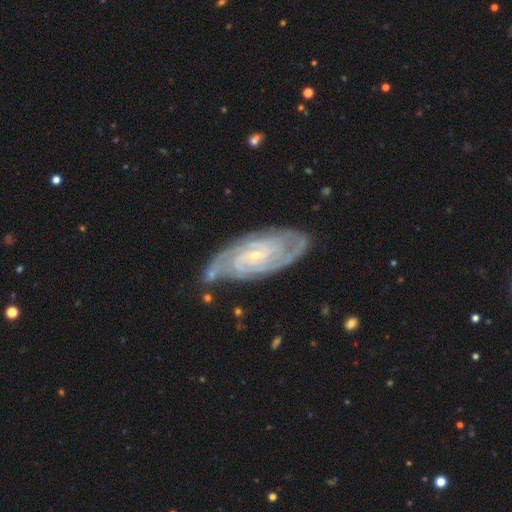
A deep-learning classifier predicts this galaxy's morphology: Q: Smooth or featured?
A: featured or disk (89%); runner-up: smooth (6%)
Q: Edge-on disk?
A: no (95%); runner-up: yes (5%)
Q: Bar?
A: no (48%); runner-up: weak (37%)
Q: Spiral arms?
A: yes (98%); runner-up: no (2%)
Q: Spiral winding?
A: tight (68%); runner-up: medium (27%)
Q: Spiral arm count?
A: 2 (53%); runner-up: 3 (16%)
Q: Bulge size?
A: small (83%); runner-up: moderate (13%)
Q: Merging?
A: none (76%); runner-up: minor disturbance (17%)